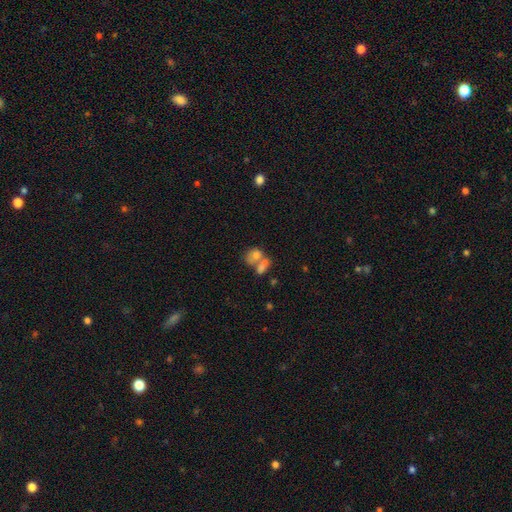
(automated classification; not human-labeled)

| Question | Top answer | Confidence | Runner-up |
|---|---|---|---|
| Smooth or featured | smooth | 69% | featured or disk (20%) |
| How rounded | in between | 52% | round (46%) |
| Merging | merger | 60% | none (24%) |